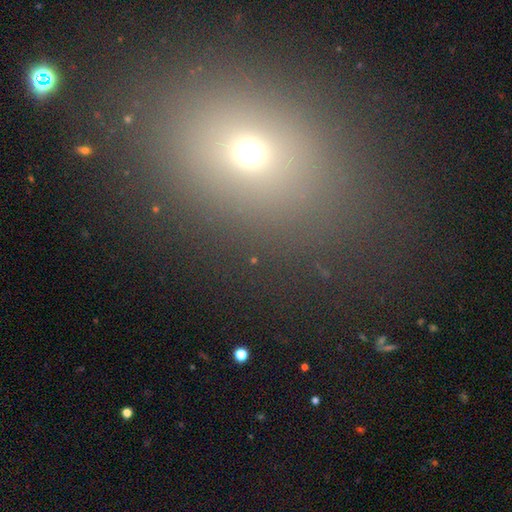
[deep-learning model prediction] smooth-or-featured: smooth: 54% | star or artifact: 34% | featured or disk: 11%
  how-rounded: in between: 49% | round: 48% | cigar-shaped: 2%
  merging: none: 83% | minor disturbance: 8% | major disturbance: 5% | merger: 4%